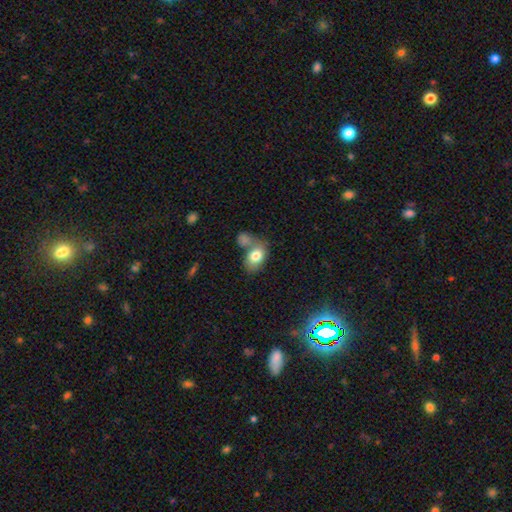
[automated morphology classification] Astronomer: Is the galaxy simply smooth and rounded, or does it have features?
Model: smooth — 78%.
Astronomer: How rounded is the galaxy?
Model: in between — 79%.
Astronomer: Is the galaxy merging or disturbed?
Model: merger — 40% (runner-up: none, 38%).